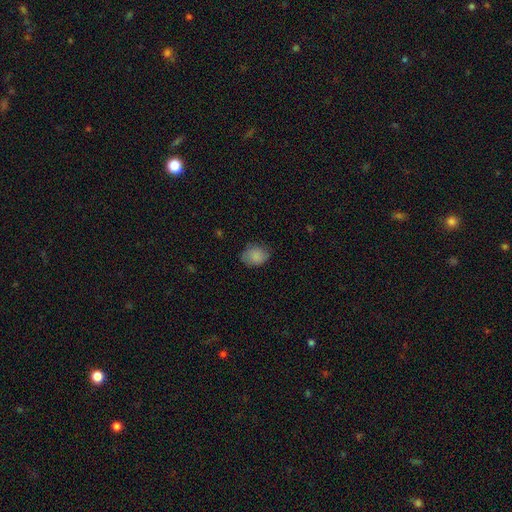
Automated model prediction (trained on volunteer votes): Q: Smooth or featured?
A: smooth (84%); runner-up: featured or disk (8%)
Q: How rounded?
A: in between (59%); runner-up: round (40%)
Q: Merging?
A: none (74%); runner-up: minor disturbance (21%)